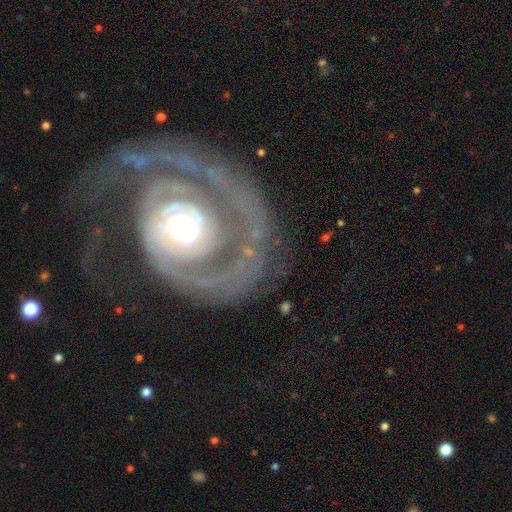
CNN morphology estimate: The model was most divided on "spiral arm count": 1: 40%, 2: 33%, can't tell: 11%, 3: 7%, 4: 4%, more than 4: 4%. More confident: edge-on disk — no (98%); spiral arms — yes (94%); smooth or featured — featured or disk (90%); bar — no (74%); spiral winding — tight (66%); bulge size — moderate (59%); merging — none (53%).